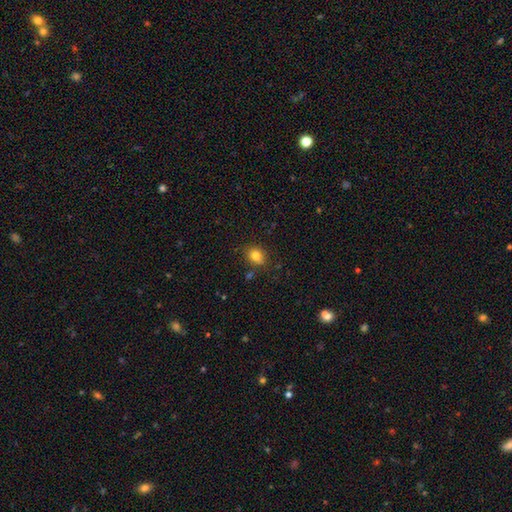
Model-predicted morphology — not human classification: Smooth or featured? Predicted: smooth (p=0.80). How rounded? Predicted: in between (p=0.55). Merging? Predicted: none (p=0.78).